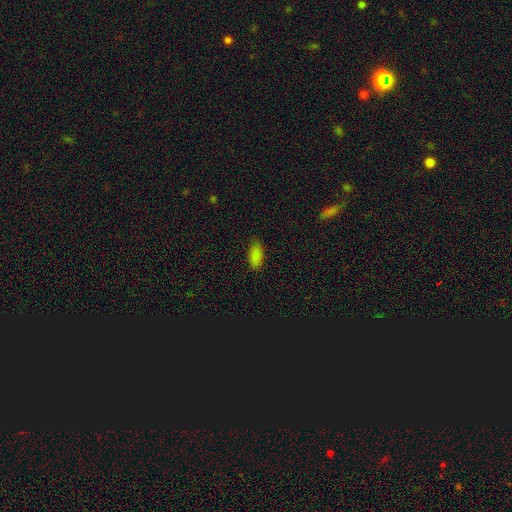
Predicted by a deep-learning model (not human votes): smooth_or_featured: smooth (p=0.85) [alt: star or artifact p=0.12]
how_rounded: in between (p=0.90) [alt: cigar-shaped p=0.07]
merging: none (p=0.83) [alt: minor disturbance p=0.13]